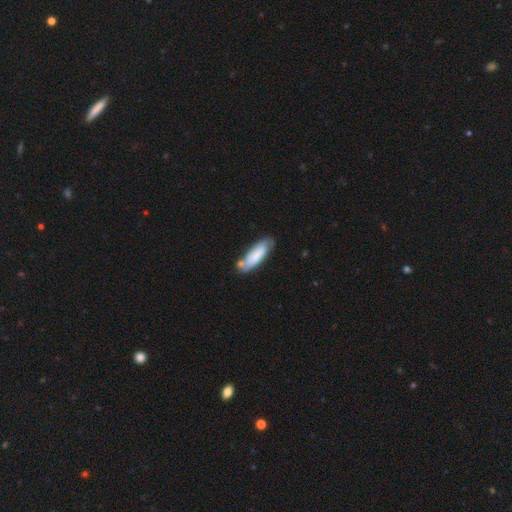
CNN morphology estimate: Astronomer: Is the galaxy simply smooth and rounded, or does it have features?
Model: smooth — 69%.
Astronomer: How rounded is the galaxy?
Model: cigar-shaped — 50% (runner-up: in between, 48%).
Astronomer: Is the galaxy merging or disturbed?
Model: none — 57%.